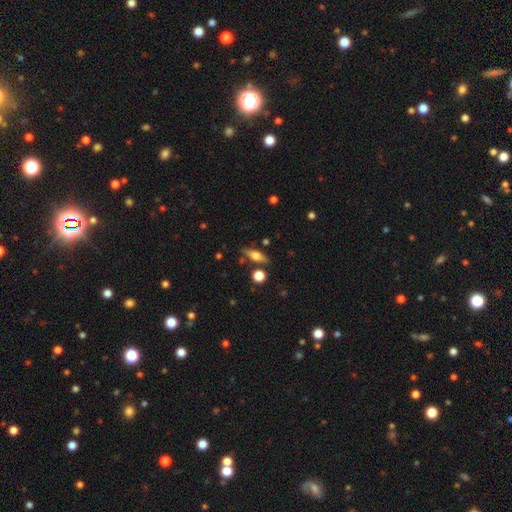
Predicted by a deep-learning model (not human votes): This is possibly a featured or disk galaxy (46%). Merging: clearly none (81%).